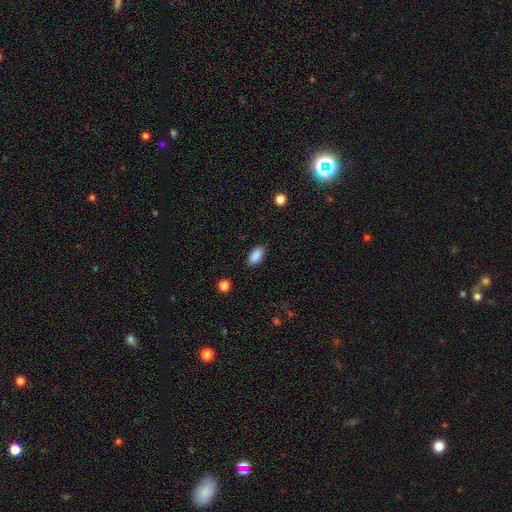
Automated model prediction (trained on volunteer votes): Smooth or featured: smooth — 89% (star or artifact — 7%)
How rounded: in between — 90% (cigar-shaped — 6%)
Merging: none — 87% (minor disturbance — 9%)